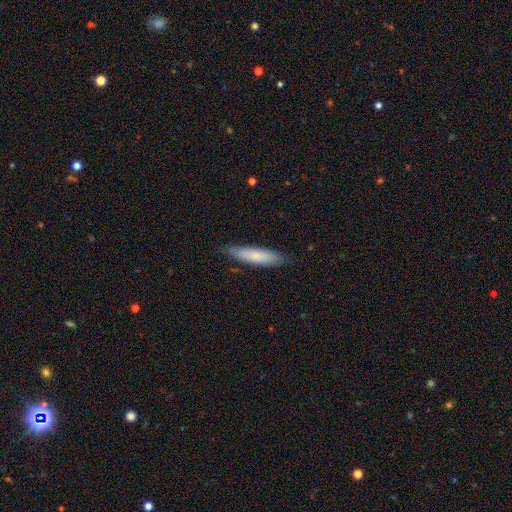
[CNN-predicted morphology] This is likely a smooth galaxy (73%). How rounded: likely cigar-shaped (77%). Merging: clearly none (82%).